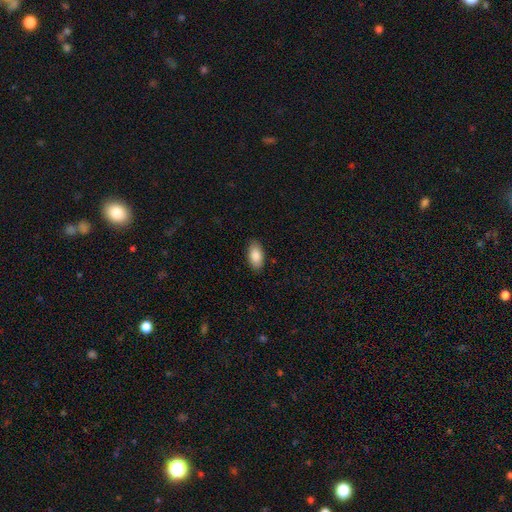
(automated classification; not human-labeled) This is clearly a smooth galaxy (87%). How rounded: clearly in between (94%). Merging: clearly none (87%).